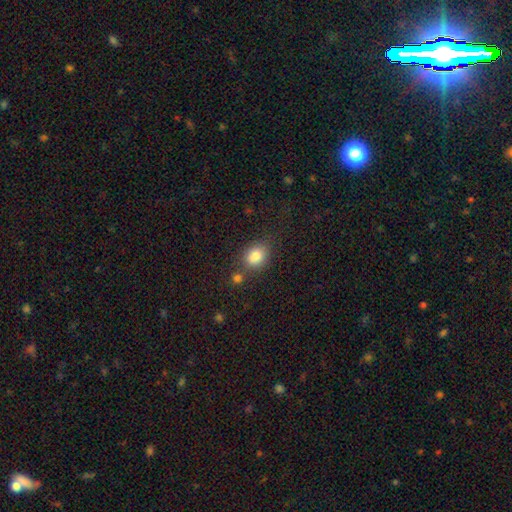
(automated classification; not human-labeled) Q: Smooth or featured?
A: smooth (82%); runner-up: star or artifact (10%)
Q: How rounded?
A: in between (54%); runner-up: round (44%)
Q: Merging?
A: none (66%); runner-up: minor disturbance (15%)